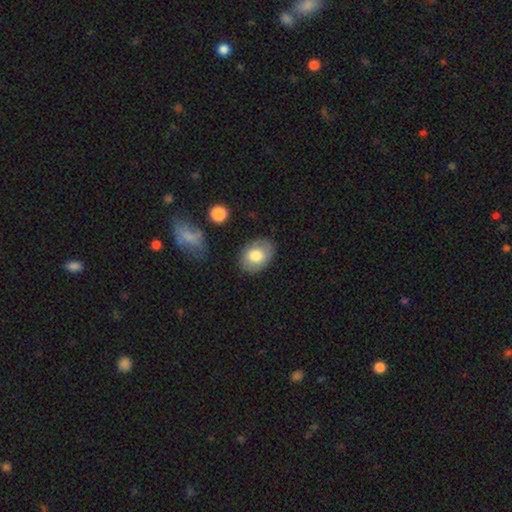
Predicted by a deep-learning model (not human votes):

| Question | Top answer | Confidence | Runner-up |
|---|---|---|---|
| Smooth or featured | smooth | 75% | featured or disk (18%) |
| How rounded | in between | 77% | round (22%) |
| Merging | none | 82% | minor disturbance (12%) |